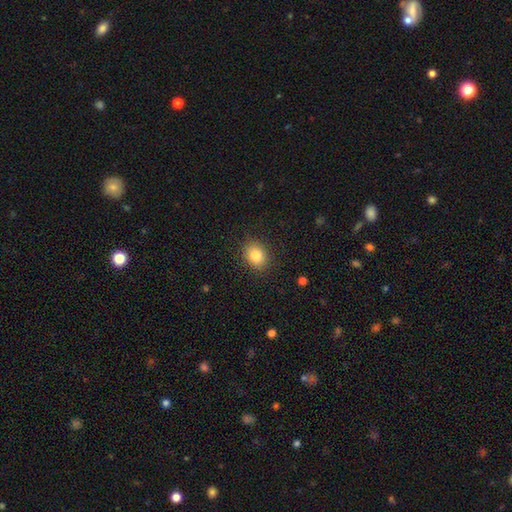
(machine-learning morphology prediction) Smooth or featured? smooth (83%)
How rounded? round (53%)
Merging? none (88%)